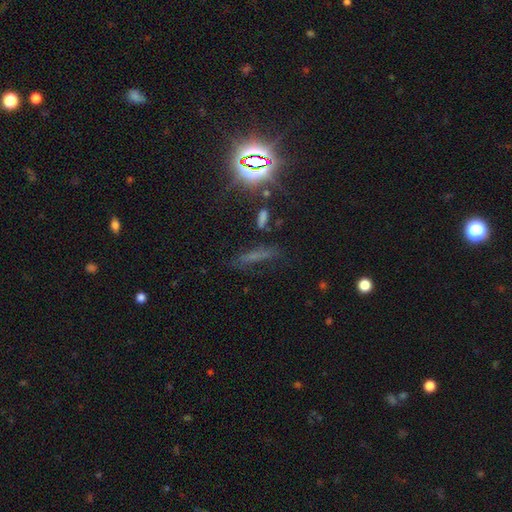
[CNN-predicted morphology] type=star or artifact (40%).